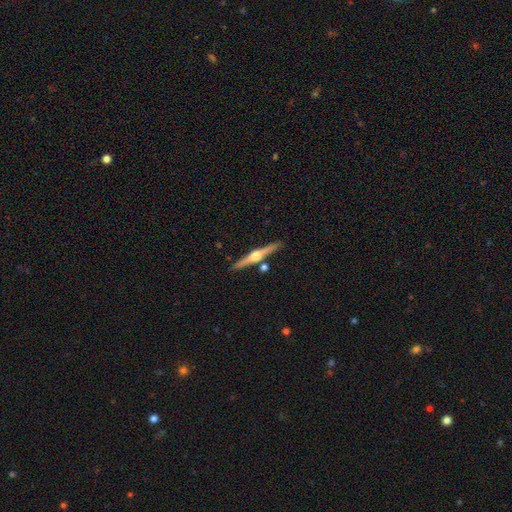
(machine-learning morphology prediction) smooth_or_featured: featured or disk (p=0.77) [alt: smooth p=0.17]
disk_edge_on: yes (p=0.98) [alt: no p=0.02]
edge_on_bulge: rounded (p=0.94) [alt: boxy p=0.04]
merging: none (p=0.84) [alt: minor disturbance p=0.08]